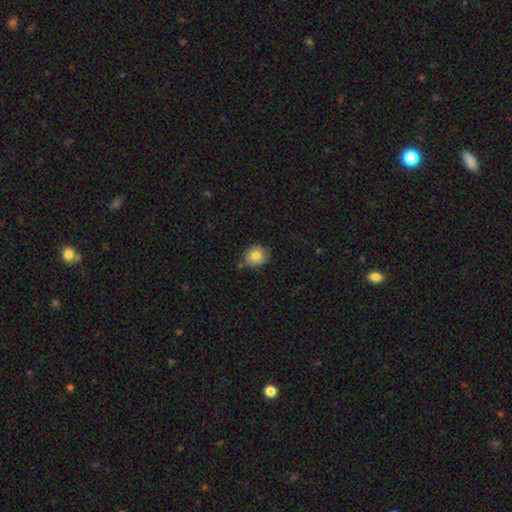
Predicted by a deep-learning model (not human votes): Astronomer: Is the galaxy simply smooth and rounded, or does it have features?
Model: smooth — 76%.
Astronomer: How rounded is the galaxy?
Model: round — 65%.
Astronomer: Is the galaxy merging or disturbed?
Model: none — 65%.